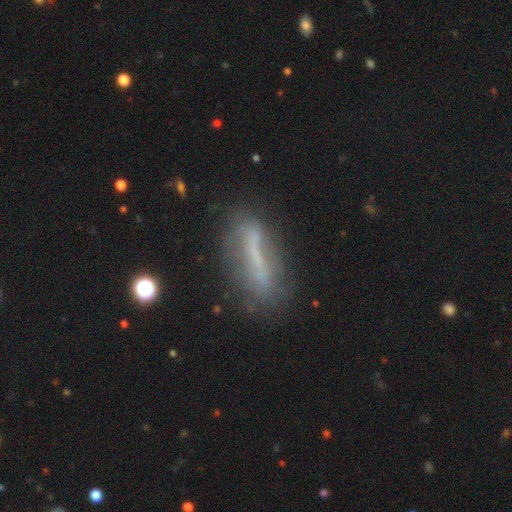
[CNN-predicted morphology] featured or disk 45%, smooth 41%, star or artifact 15%. Down the decision tree: merging — none (70%).